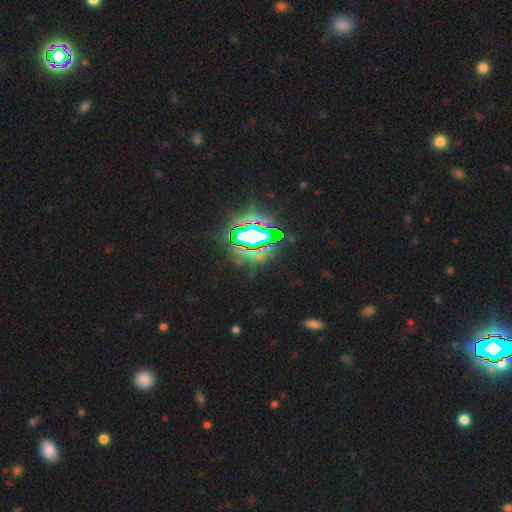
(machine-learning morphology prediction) A star or artifact, not a galaxy (83%).

Vote fractions:
- Smooth or featured? star or artifact: 83% / smooth: 10% / featured or disk: 7%